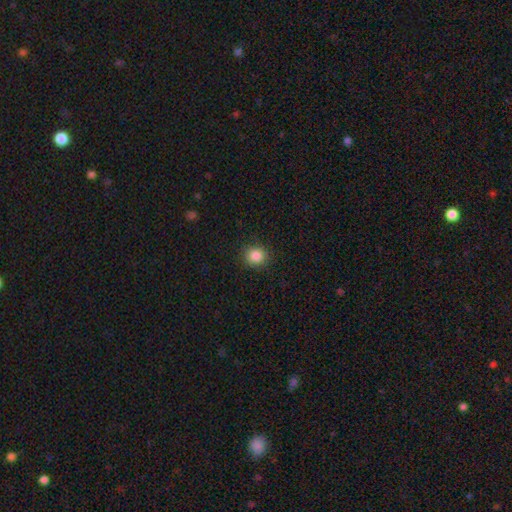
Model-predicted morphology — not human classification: This is clearly a smooth galaxy (86%). How rounded: clearly round (85%). Merging: clearly none (88%).